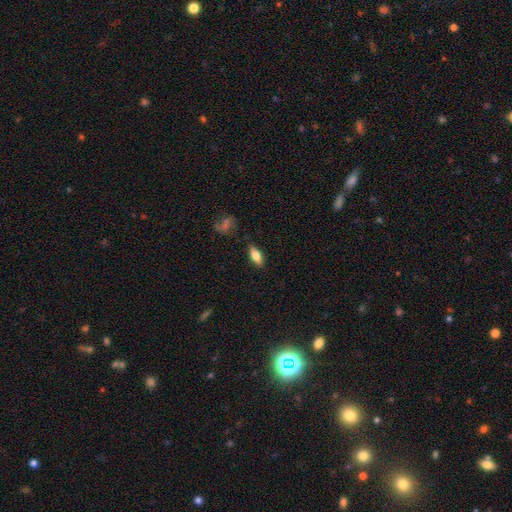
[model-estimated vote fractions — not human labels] smooth 70%, featured or disk 23%, star or artifact 7%. Down the decision tree: how rounded — in between (77%); merging — none (85%).